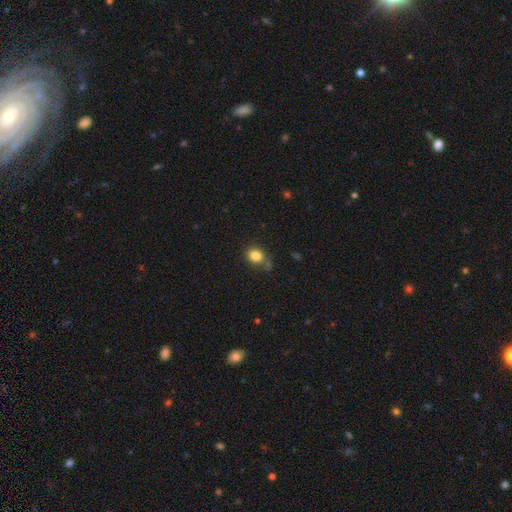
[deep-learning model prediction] Smooth or featured: smooth — 84% (star or artifact — 11%)
How rounded: round — 66% (in between — 33%)
Merging: none — 70% (minor disturbance — 16%)